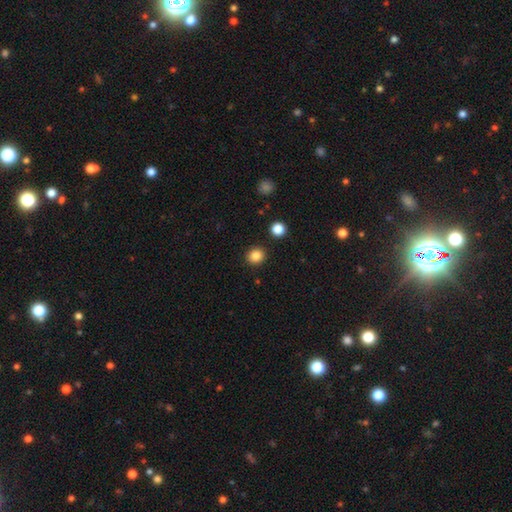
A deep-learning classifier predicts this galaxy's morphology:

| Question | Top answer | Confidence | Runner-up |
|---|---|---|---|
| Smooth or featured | smooth | 85% | star or artifact (11%) |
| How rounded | round | 85% | in between (14%) |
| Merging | none | 90% | minor disturbance (6%) |